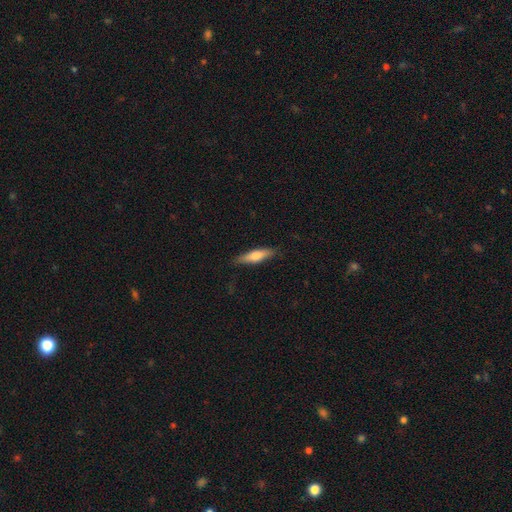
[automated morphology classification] smooth-or-featured: smooth: 65% | featured or disk: 29% | star or artifact: 6%
  how-rounded: cigar-shaped: 68% | in between: 30% | round: 2%
  merging: none: 84% | minor disturbance: 12% | major disturbance: 2% | merger: 1%